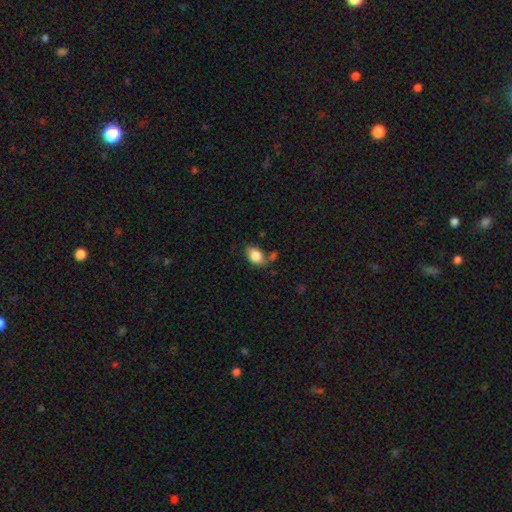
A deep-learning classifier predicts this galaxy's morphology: A smooth galaxy with no disk features (85%) that is in between round and cigar-shaped (80%).

Vote fractions:
- Smooth or featured? smooth: 85% / star or artifact: 8% / featured or disk: 7%
- How rounded? in between: 80% / round: 19% / cigar-shaped: 1%
- Merging? none: 63% / minor disturbance: 19% / merger: 13% / major disturbance: 6%